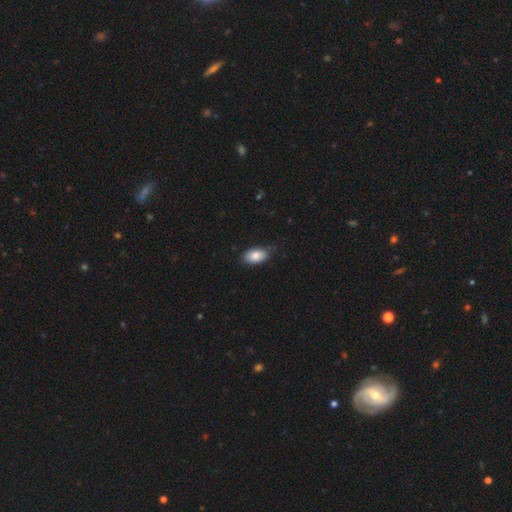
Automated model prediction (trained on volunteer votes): This is clearly a smooth galaxy (84%). How rounded: clearly in between (93%). Merging: likely none (75%).